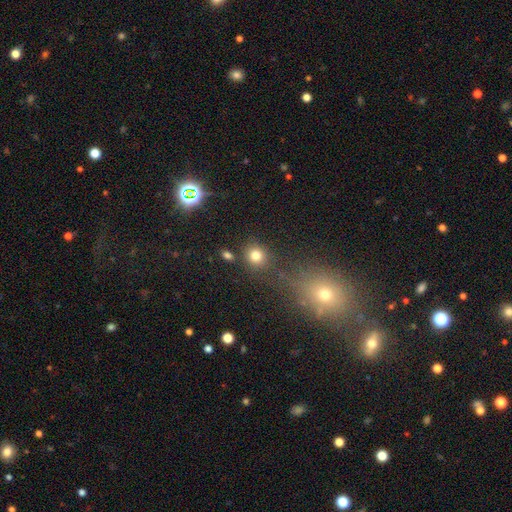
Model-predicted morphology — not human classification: smooth_or_featured: smooth (p=0.78) [alt: star or artifact p=0.14]
how_rounded: round (p=0.81) [alt: in between p=0.18]
merging: none (p=0.75) [alt: minor disturbance p=0.11]